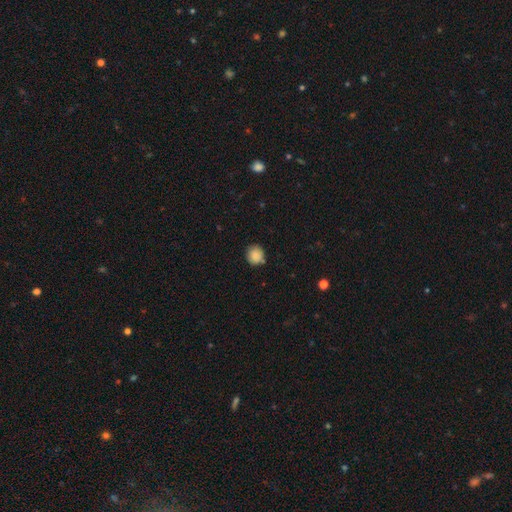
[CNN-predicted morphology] smooth 87%, star or artifact 9%, featured or disk 4%. Down the decision tree: how rounded — round (91%); merging — none (82%).